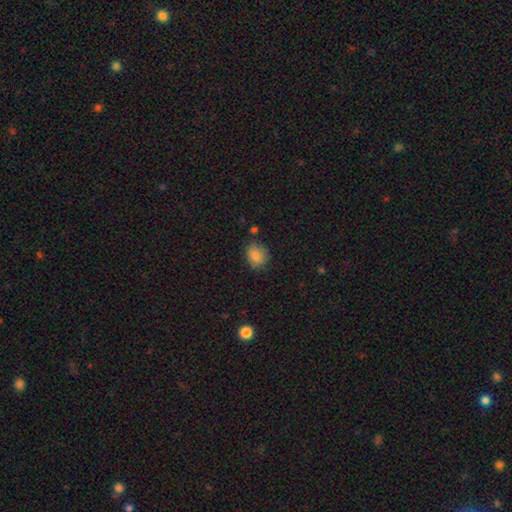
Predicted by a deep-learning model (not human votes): Q: Smooth or featured?
A: smooth (84%); runner-up: star or artifact (9%)
Q: How rounded?
A: round (55%); runner-up: in between (44%)
Q: Merging?
A: none (72%); runner-up: minor disturbance (20%)